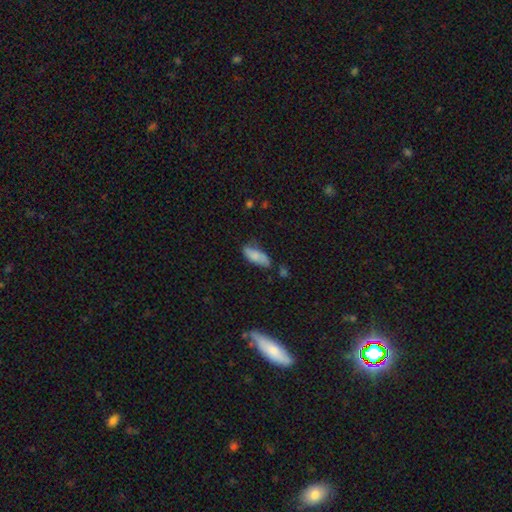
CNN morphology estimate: A smooth galaxy with no disk features (78%) that is in between round and cigar-shaped (80%).

Vote fractions:
- Smooth or featured? smooth: 78% / featured or disk: 16% / star or artifact: 7%
- How rounded? in between: 80% / cigar-shaped: 18% / round: 2%
- Merging? none: 57% / minor disturbance: 31% / major disturbance: 7% / merger: 5%